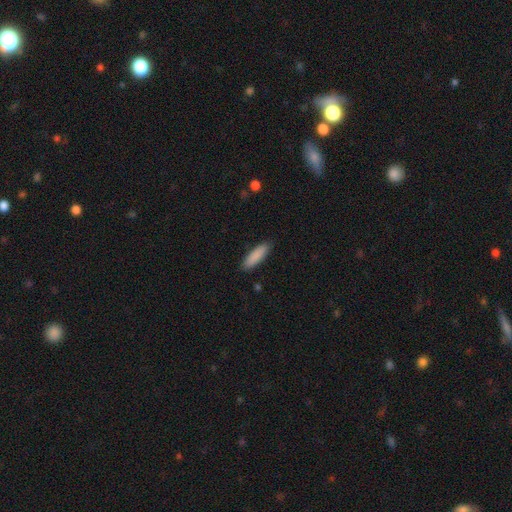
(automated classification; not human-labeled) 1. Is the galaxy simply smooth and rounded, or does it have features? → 88% smooth, 6% featured or disk, 6% star or artifact.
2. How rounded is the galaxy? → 58% cigar-shaped, 40% in between, 1% round.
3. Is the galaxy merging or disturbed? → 88% none, 10% minor disturbance, 2% major disturbance, 1% merger.